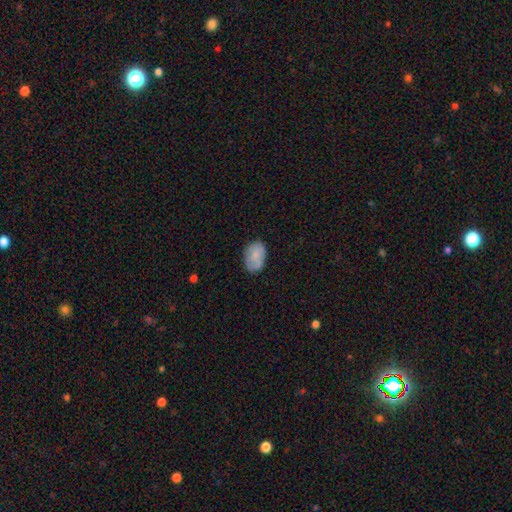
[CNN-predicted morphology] smooth-or-featured: smooth: 76% | featured or disk: 17% | star or artifact: 7%
  how-rounded: in between: 84% | round: 15% | cigar-shaped: 1%
  merging: none: 75% | minor disturbance: 19% | major disturbance: 4% | merger: 1%